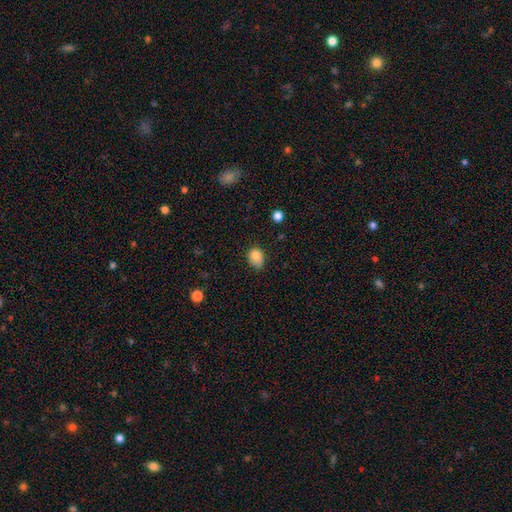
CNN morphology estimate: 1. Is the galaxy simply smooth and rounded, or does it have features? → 83% smooth, 11% star or artifact, 7% featured or disk.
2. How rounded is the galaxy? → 57% in between, 42% round, 1% cigar-shaped.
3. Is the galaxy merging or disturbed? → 60% none, 31% minor disturbance, 7% major disturbance, 2% merger.